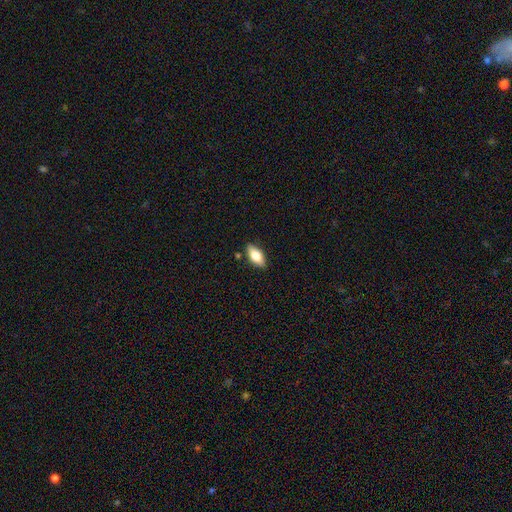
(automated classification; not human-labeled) A smooth galaxy with no disk features (75%) that is in between round and cigar-shaped (87%).

Vote fractions:
- Smooth or featured? smooth: 75% / featured or disk: 18% / star or artifact: 7%
- How rounded? in between: 87% / cigar-shaped: 10% / round: 3%
- Merging? none: 86% / minor disturbance: 10% / major disturbance: 2% / merger: 2%